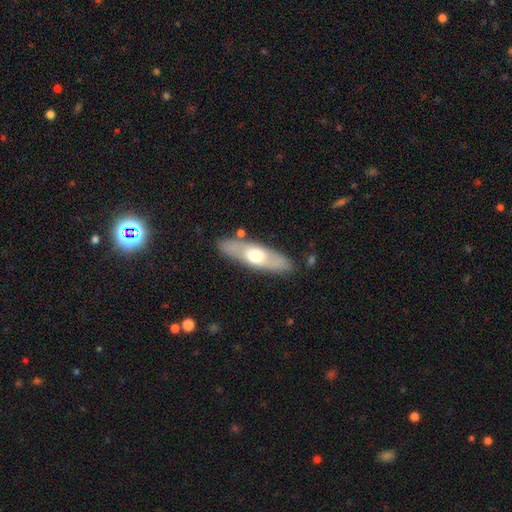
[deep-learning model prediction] This is possibly a smooth galaxy (49%). Merging: clearly none (83%).